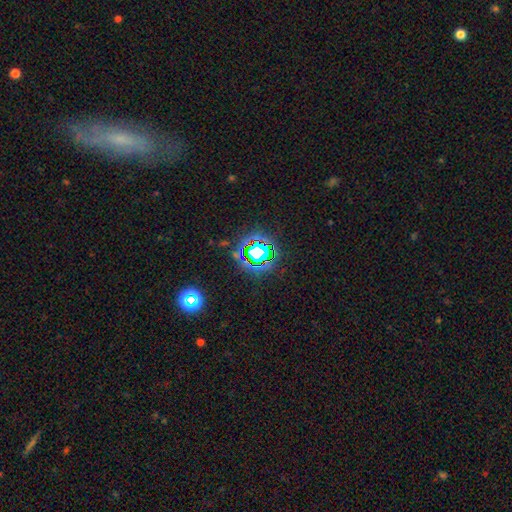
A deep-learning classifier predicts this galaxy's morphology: Smooth or featured? Predicted: star or artifact (p=0.66).